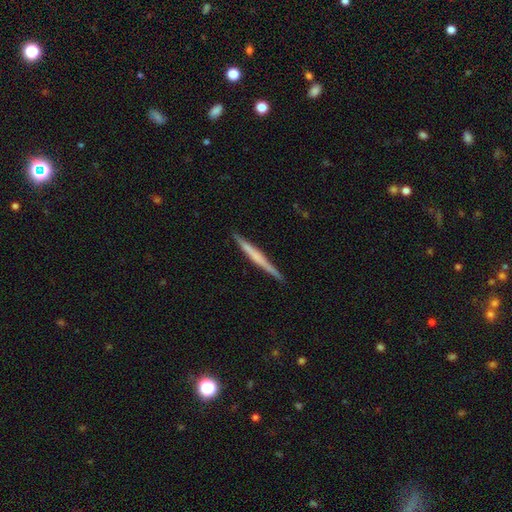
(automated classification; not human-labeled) A featured or disk galaxy (55%) viewed edge-on (98%) with no central bulge (67%).

Vote fractions:
- Smooth or featured? featured or disk: 55% / smooth: 40% / star or artifact: 5%
- Edge-on disk? yes: 98% / no: 2%
- Edge-on bulge? none: 67% / rounded: 19% / boxy: 13%
- Merging? none: 91% / minor disturbance: 7% / major disturbance: 1% / merger: 1%